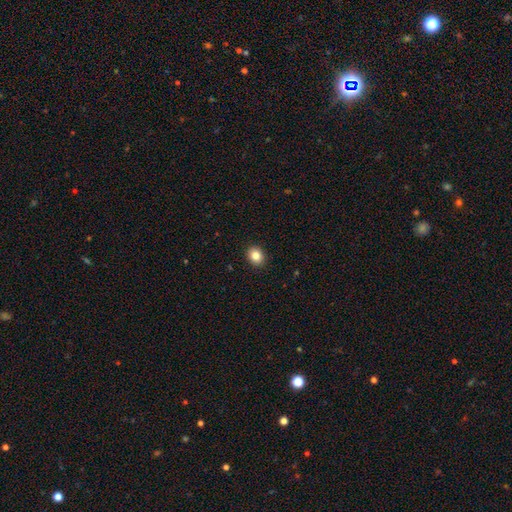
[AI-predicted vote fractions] Q: Smooth or featured?
A: smooth (85%); runner-up: star or artifact (10%)
Q: How rounded?
A: round (54%); runner-up: in between (45%)
Q: Merging?
A: none (92%); runner-up: minor disturbance (6%)